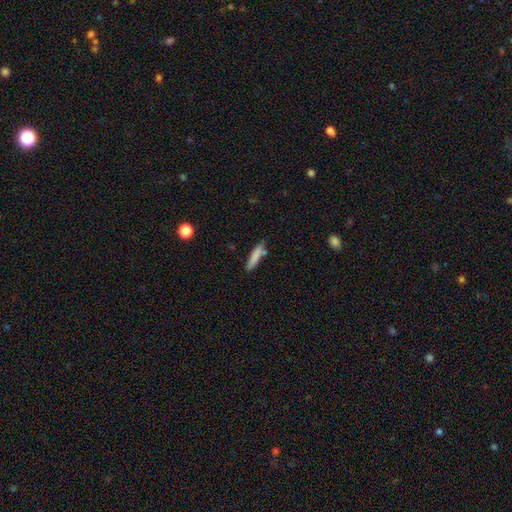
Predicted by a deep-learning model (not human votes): Smooth or featured?
  - smooth: 81% *
  - featured or disk: 12%
  - star or artifact: 7%
How rounded?
  - cigar-shaped: 81% *
  - in between: 17%
  - round: 1%
Merging?
  - none: 75% *
  - minor disturbance: 16%
  - merger: 7%
  - major disturbance: 3%